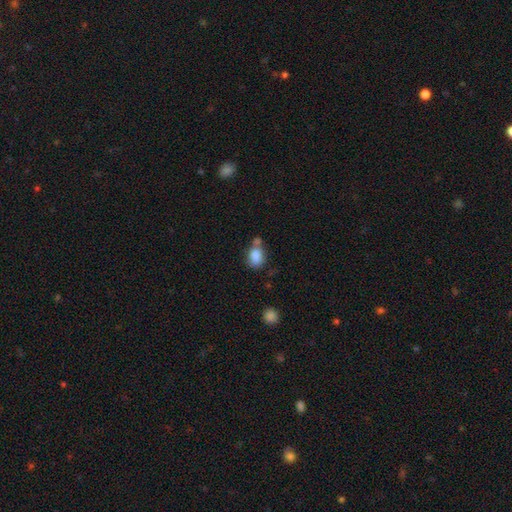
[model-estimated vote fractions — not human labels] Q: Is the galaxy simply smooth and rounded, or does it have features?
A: smooth — 84%.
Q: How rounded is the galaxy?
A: in between — 69%.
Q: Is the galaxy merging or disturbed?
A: none — 44%.